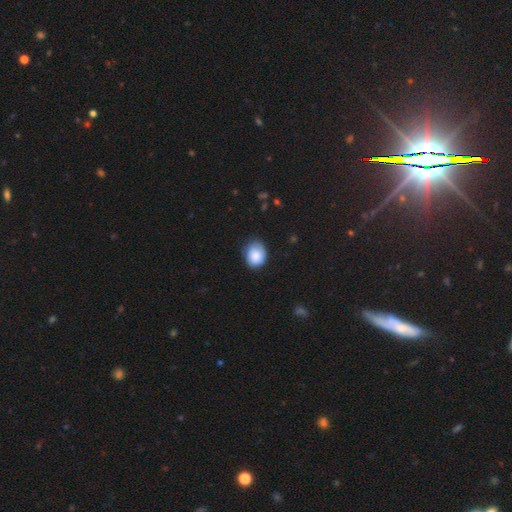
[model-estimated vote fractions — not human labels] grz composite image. It shows a smooth galaxy with no disk features (84%) that is in between round and cigar-shaped (50%). Merging: none (71%).